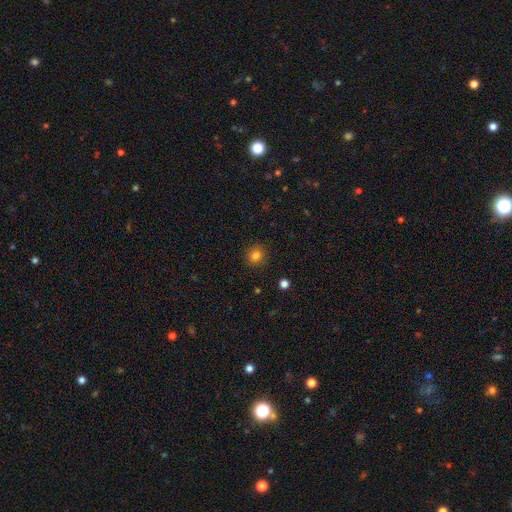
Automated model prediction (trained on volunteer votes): The model was most divided on "how rounded": round: 82%, in between: 17%, cigar-shaped: 1%. More confident: merging — none (89%); smooth or featured — smooth (82%).